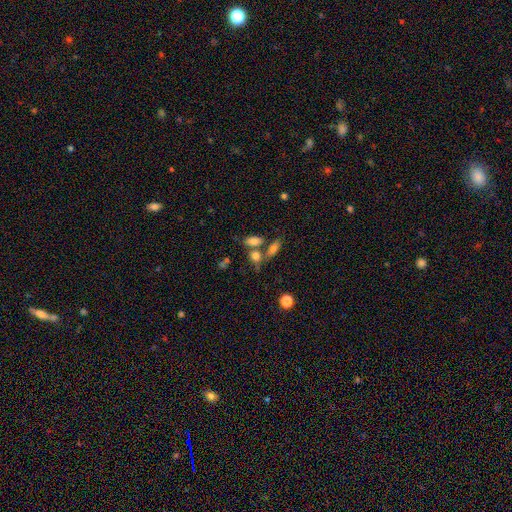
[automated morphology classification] This appears to be a smooth galaxy with no disk features (74%) that is in between round and cigar-shaped (71%). Merging: none (47%).